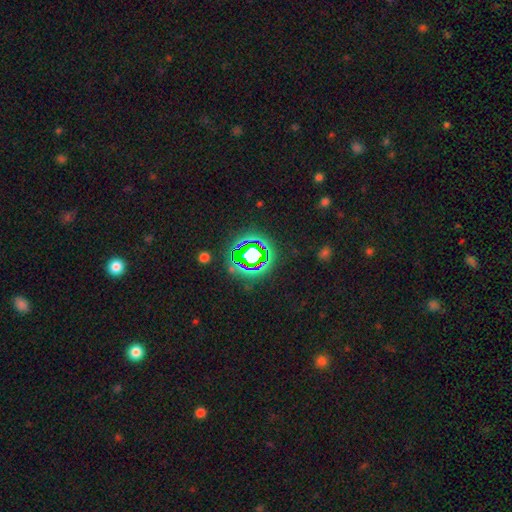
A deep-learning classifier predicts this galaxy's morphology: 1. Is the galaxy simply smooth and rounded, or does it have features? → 72% star or artifact, 17% smooth, 12% featured or disk.